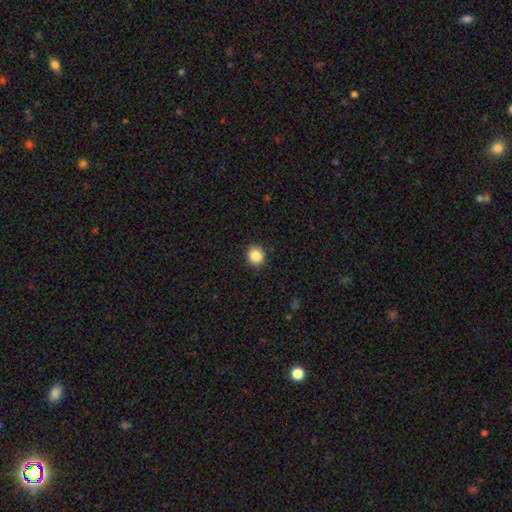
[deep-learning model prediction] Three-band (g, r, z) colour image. It shows a smooth galaxy with no disk features (87%) that is round (84%). Merging: none (91%).